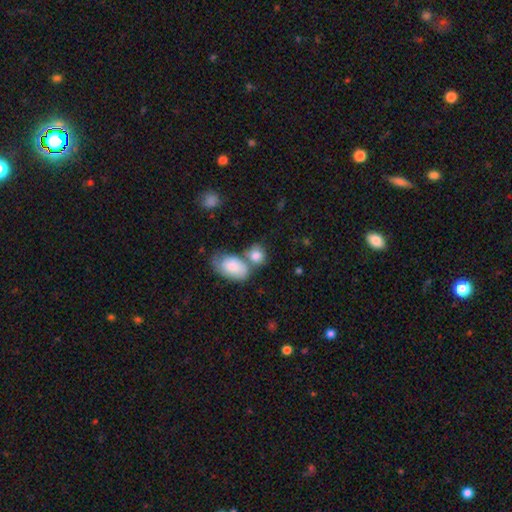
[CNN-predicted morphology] type=smooth (81%); roundness=in between (58%); merging=merger (44%).